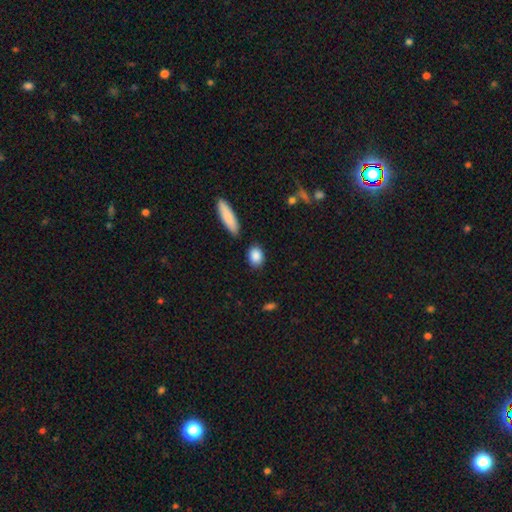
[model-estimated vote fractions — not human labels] smooth_or_featured: smooth (p=0.88) [alt: star or artifact p=0.07]
how_rounded: in between (p=0.63) [alt: round p=0.33]
merging: none (p=0.83) [alt: minor disturbance p=0.10]